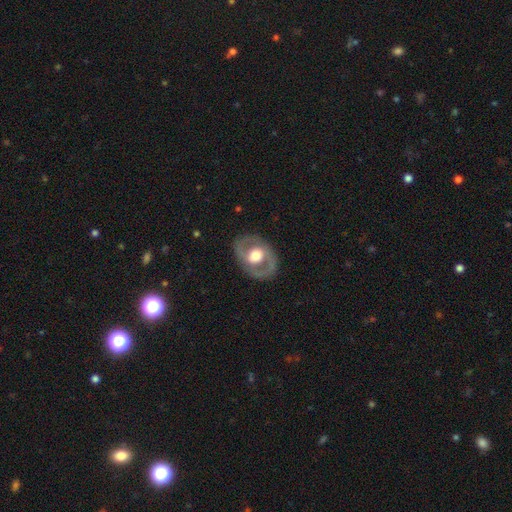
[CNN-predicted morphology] Smooth or featured? featured or disk (69%)
Edge-on disk? no (94%)
Bar? no (64%)
Spiral arms? no (50%, tied with yes)
Bulge size? moderate (48%)
Merging? none (82%)